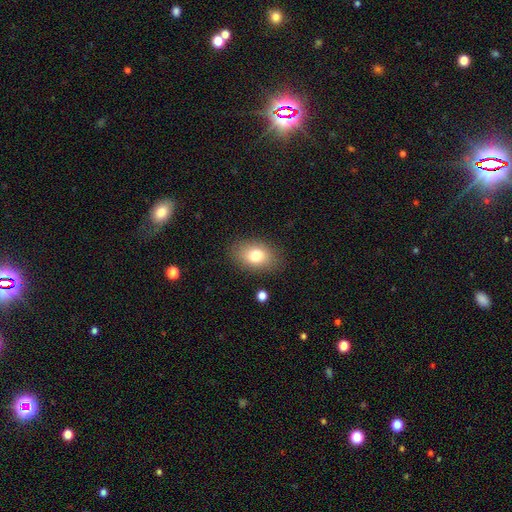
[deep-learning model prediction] Smooth or featured? Predicted: smooth (p=0.79). How rounded? Predicted: in between (p=0.82). Merging? Predicted: none (p=0.83).